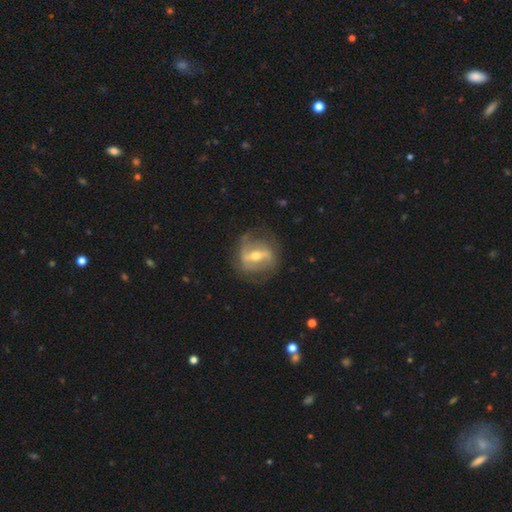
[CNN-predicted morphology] type=featured or disk (80%); edge-on=no (92%); bar=strong (61%); spiral arms=yes (76%); winding=medium (41%); arm count=2 (72%); bulge=moderate (63%); merging=none (68%).